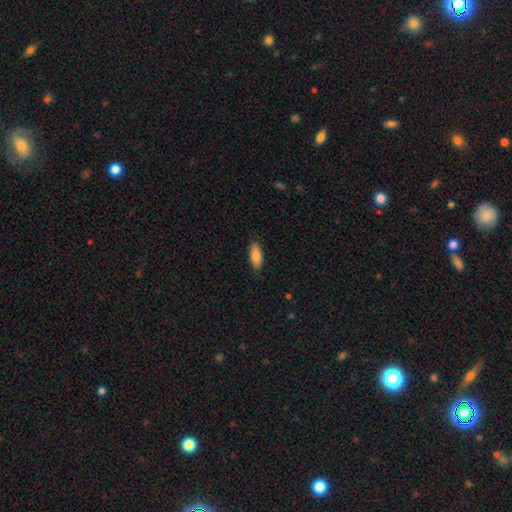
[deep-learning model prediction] This appears to be a smooth galaxy with no disk features (84%) that is in between round and cigar-shaped (81%). Merging: none (86%).